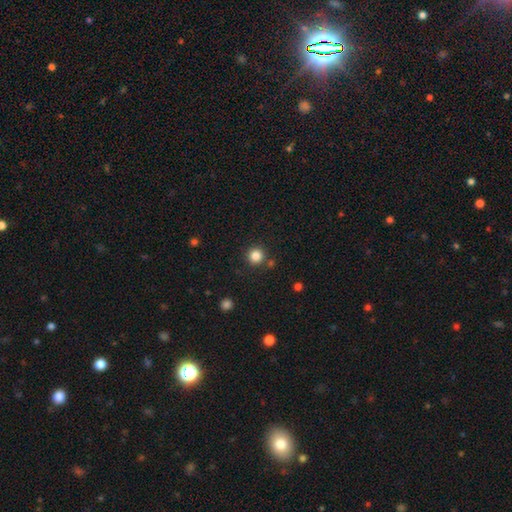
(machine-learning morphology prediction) A smooth galaxy with no disk features (84%) that is round (95%). Merging: none (86%).